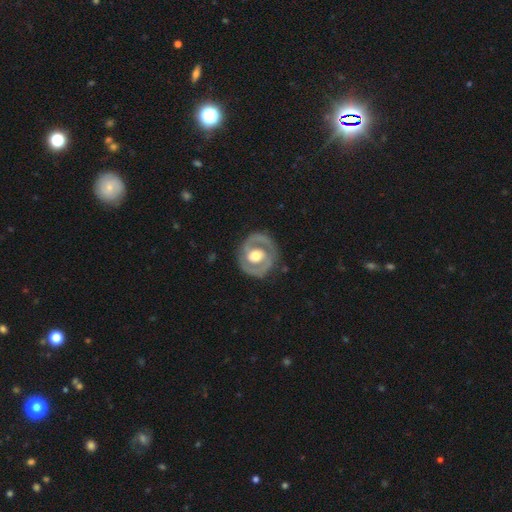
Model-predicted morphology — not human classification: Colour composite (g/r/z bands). It shows a featured or disk galaxy (76%) with no bar (56%), spiral arms (67%) and a moderate central bulge (59%). Merging: none (80%).